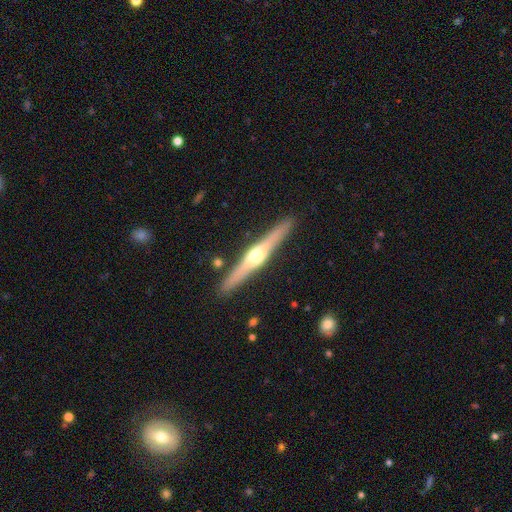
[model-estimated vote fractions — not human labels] This appears to be a featured or disk galaxy (76%) viewed edge-on (98%) with a rounded central bulge (92%). Merging: none (90%).